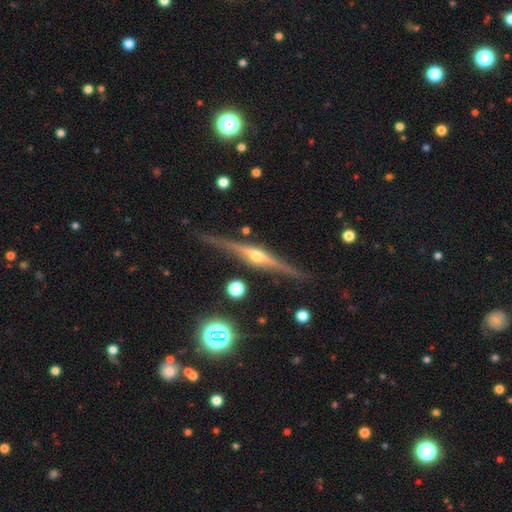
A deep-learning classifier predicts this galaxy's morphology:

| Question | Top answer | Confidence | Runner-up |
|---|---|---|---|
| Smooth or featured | featured or disk | 87% | smooth (8%) |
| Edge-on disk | yes | 98% | no (2%) |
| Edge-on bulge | rounded | 92% | boxy (5%) |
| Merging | none | 86% | minor disturbance (10%) |